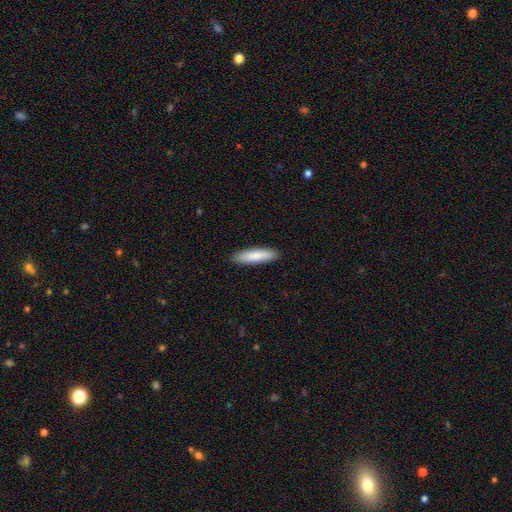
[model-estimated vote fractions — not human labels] Morphology: type=smooth (85%); roundness=cigar-shaped (75%); merging=none (90%).